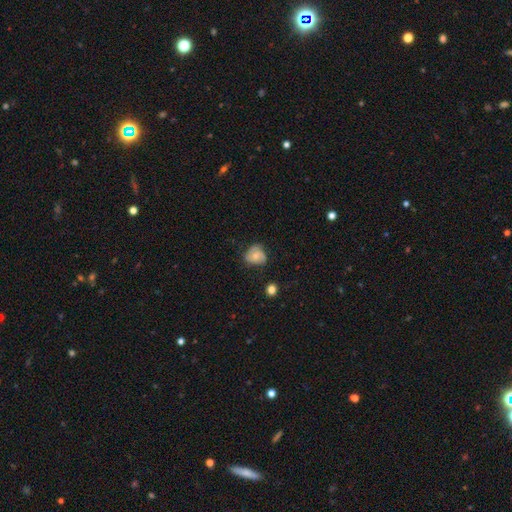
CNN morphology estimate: Smooth or featured? Predicted: smooth (p=0.50). Merging? Predicted: none (p=0.48).